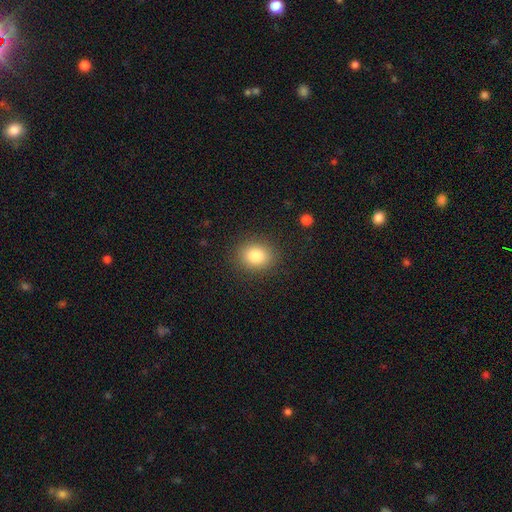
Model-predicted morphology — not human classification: smooth-or-featured: smooth: 82% | star or artifact: 10% | featured or disk: 8%
  how-rounded: round: 61% | in between: 39% | cigar-shaped: 1%
  merging: none: 88% | minor disturbance: 8% | major disturbance: 3% | merger: 1%